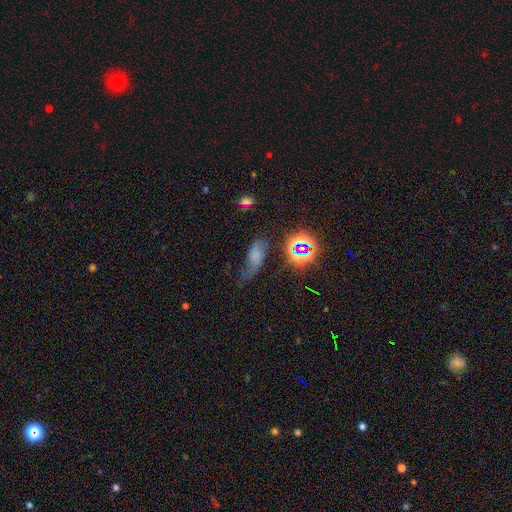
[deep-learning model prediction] Smooth or featured? smooth (49%)
Merging? none (39%)